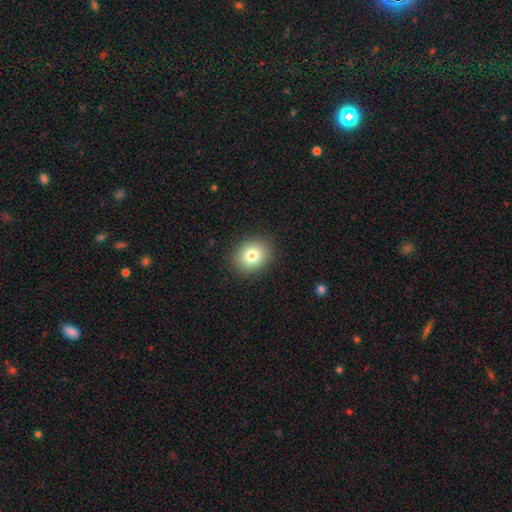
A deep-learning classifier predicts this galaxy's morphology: Smooth or featured?
  - smooth: 80% *
  - star or artifact: 13%
  - featured or disk: 7%
How rounded?
  - round: 72% *
  - in between: 27%
  - cigar-shaped: 1%
Merging?
  - none: 92% *
  - minor disturbance: 5%
  - major disturbance: 2%
  - merger: 1%